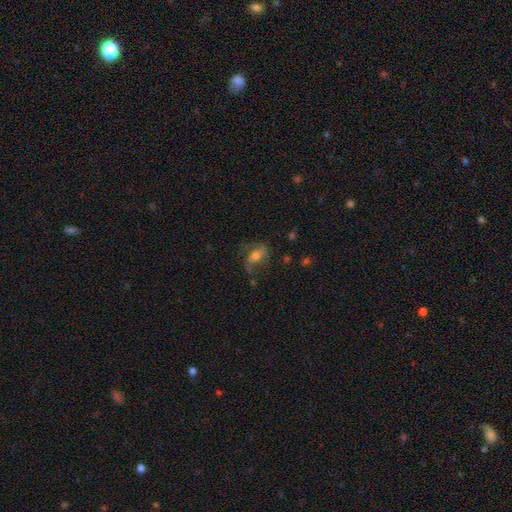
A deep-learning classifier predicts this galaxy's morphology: type=featured or disk (62%); edge-on=no (94%); bar=no (39%); spiral arms=yes (86%); bulge=moderate (60%); merging=none (57%).